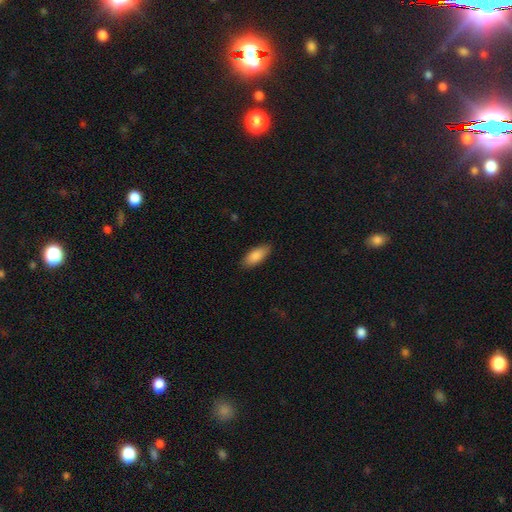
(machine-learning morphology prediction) Smooth or featured: smooth — 86% (featured or disk — 8%)
How rounded: in between — 84% (cigar-shaped — 14%)
Merging: none — 86% (minor disturbance — 11%)